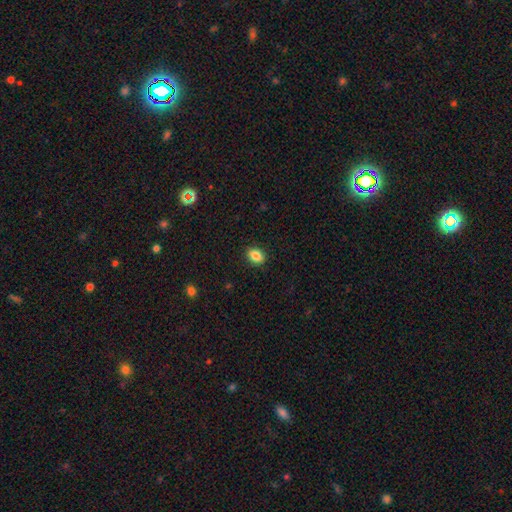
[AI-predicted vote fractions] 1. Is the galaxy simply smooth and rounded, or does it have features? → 86% smooth, 9% star or artifact, 5% featured or disk.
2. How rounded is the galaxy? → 67% in between, 32% round, 1% cigar-shaped.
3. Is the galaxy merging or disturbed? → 90% none, 7% minor disturbance, 2% major disturbance, 1% merger.